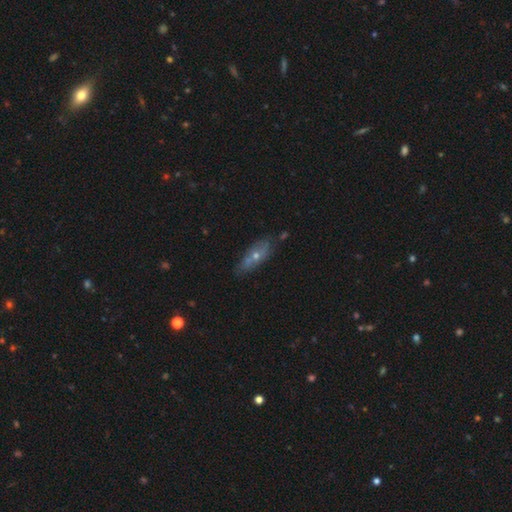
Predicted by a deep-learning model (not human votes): Smooth or featured: featured or disk — 47% (smooth — 41%)
Merging: none — 73% (minor disturbance — 18%)